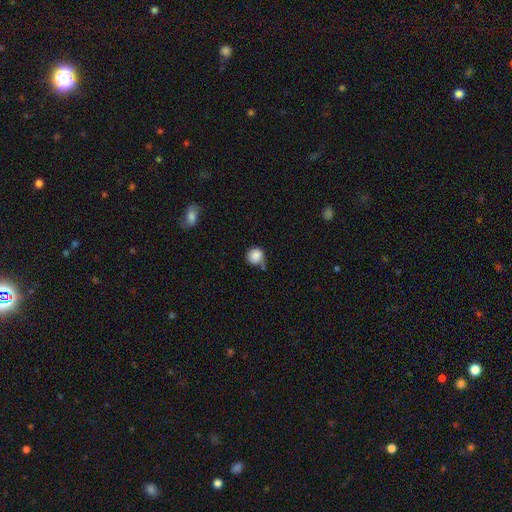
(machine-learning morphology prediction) The model was most divided on "merging": none: 51%, minor disturbance: 30%, major disturbance: 10%, merger: 8%. More confident: how rounded — round (87%); smooth or featured — smooth (86%).